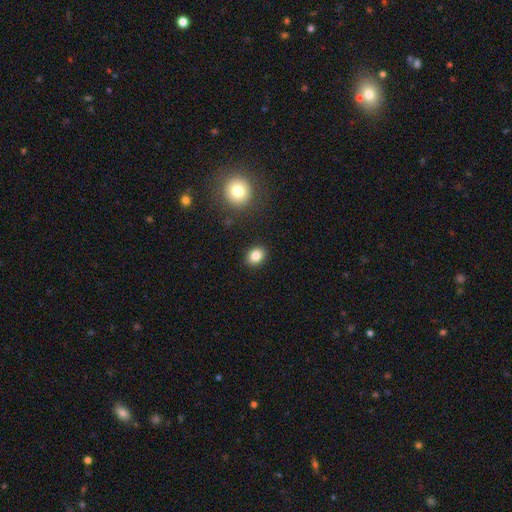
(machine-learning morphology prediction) smooth-or-featured: smooth: 84% | star or artifact: 10% | featured or disk: 6%
  how-rounded: in between: 56% | round: 43% | cigar-shaped: 1%
  merging: none: 88% | minor disturbance: 8% | major disturbance: 2% | merger: 2%